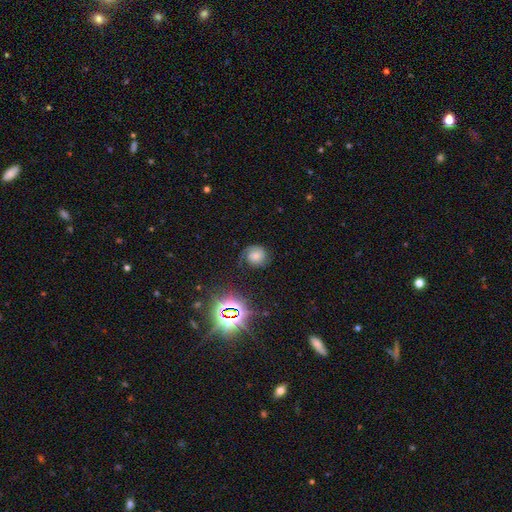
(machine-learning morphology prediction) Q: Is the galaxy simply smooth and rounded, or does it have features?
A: featured or disk — 46%.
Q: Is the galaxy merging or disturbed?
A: none — 64%.